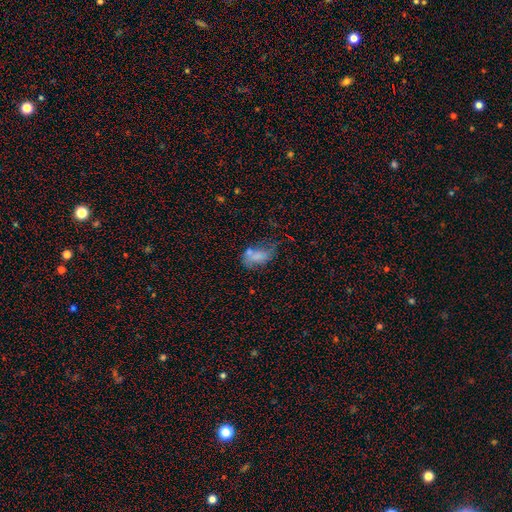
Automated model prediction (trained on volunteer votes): Morphology: type=smooth (61%); roundness=in between (87%); merging=none (30%).